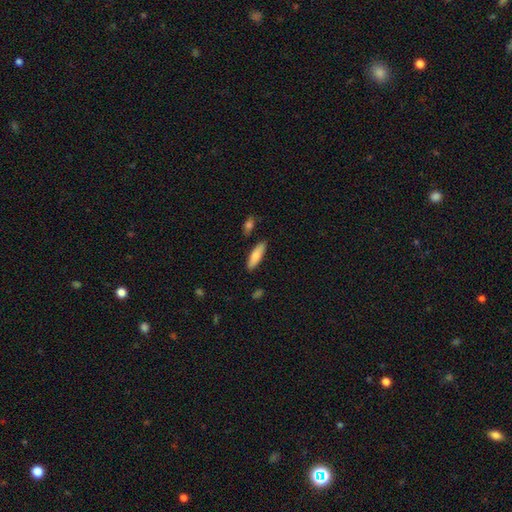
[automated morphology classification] type=smooth (80%); roundness=cigar-shaped (52%); merging=none (86%).